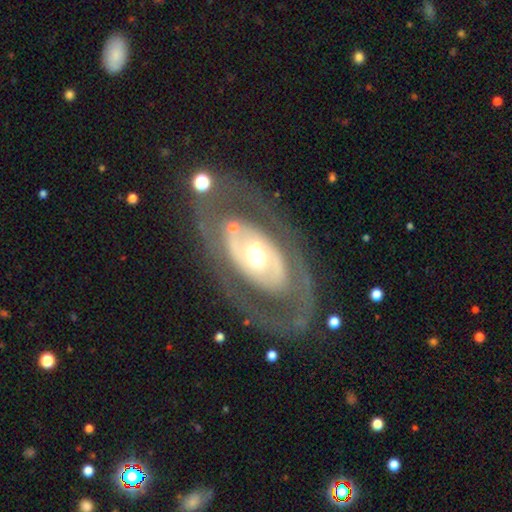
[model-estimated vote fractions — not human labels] Q: Smooth or featured?
A: featured or disk (73%); runner-up: smooth (22%)
Q: Edge-on disk?
A: no (91%); runner-up: yes (9%)
Q: Bar?
A: no (74%); runner-up: weak (16%)
Q: Spiral arms?
A: no (68%); runner-up: yes (32%)
Q: Bulge size?
A: moderate (62%); runner-up: large (25%)
Q: Merging?
A: none (73%); runner-up: minor disturbance (13%)